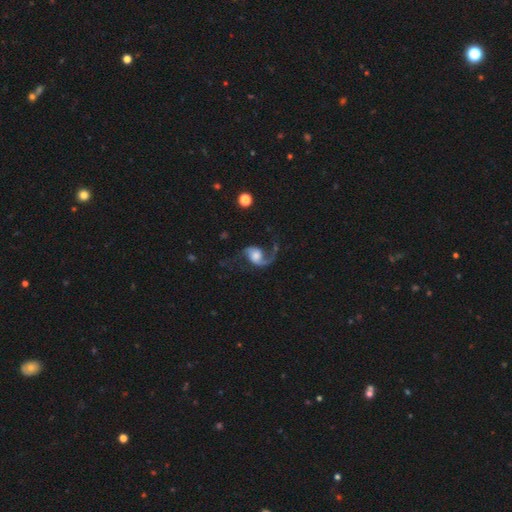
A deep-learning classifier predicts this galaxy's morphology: Q: Smooth or featured?
A: featured or disk (85%); runner-up: smooth (9%)
Q: Edge-on disk?
A: no (98%); runner-up: yes (2%)
Q: Bar?
A: no (58%); runner-up: weak (32%)
Q: Spiral arms?
A: yes (96%); runner-up: no (4%)
Q: Spiral winding?
A: loose (69%); runner-up: medium (26%)
Q: Spiral arm count?
A: 2 (77%); runner-up: 1 (19%)
Q: Bulge size?
A: moderate (37%); runner-up: large (30%)
Q: Merging?
A: none (59%); runner-up: major disturbance (22%)